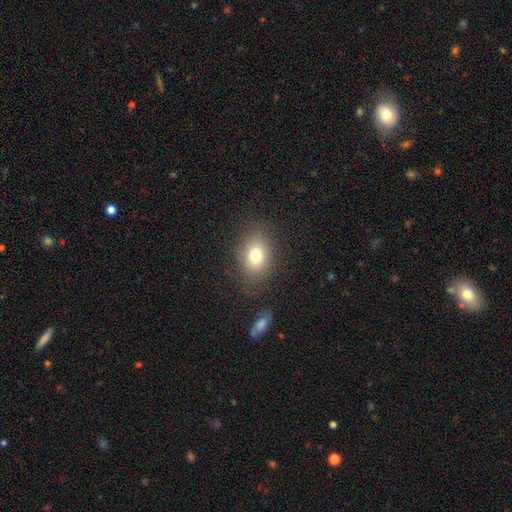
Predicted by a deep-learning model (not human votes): Morphology: type=smooth (77%); roundness=in between (65%); merging=none (80%).